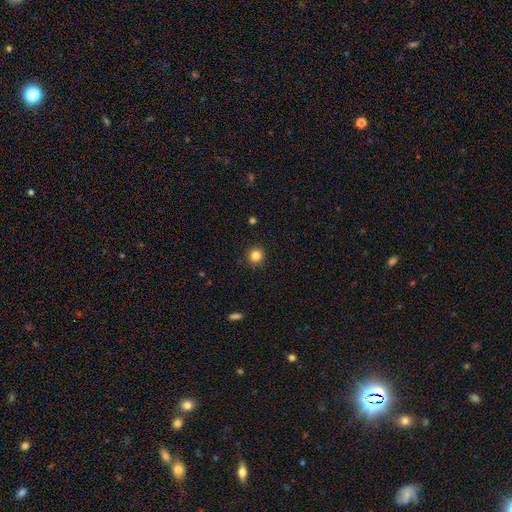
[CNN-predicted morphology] This is clearly a smooth galaxy (83%). How rounded: clearly round (95%). Merging: clearly none (92%).